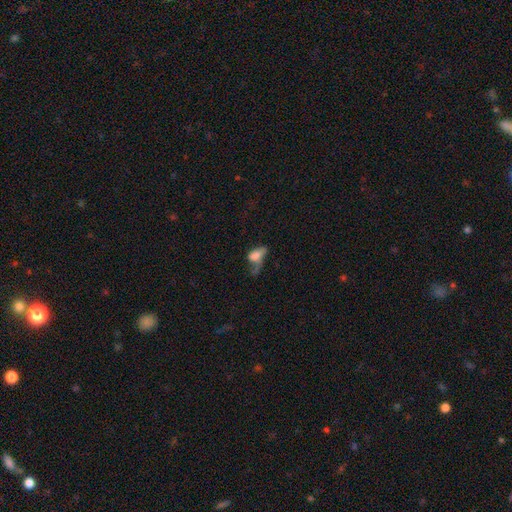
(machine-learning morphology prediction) Smooth or featured: smooth — 60% (featured or disk — 27%)
How rounded: in between — 83% (cigar-shaped — 10%)
Merging: major disturbance — 50% (none — 20%)